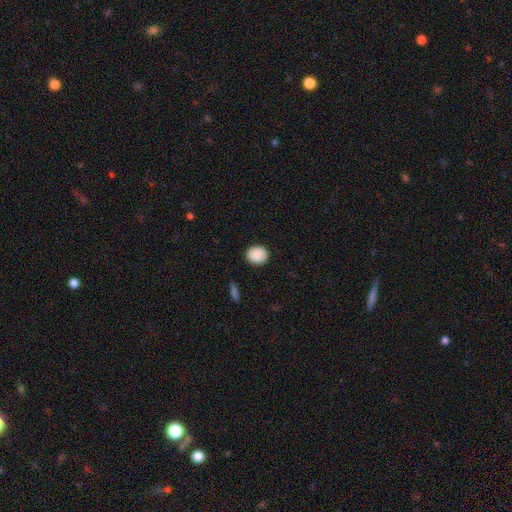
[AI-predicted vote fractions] Smooth or featured? smooth (90%)
How rounded? round (69%)
Merging? none (90%)